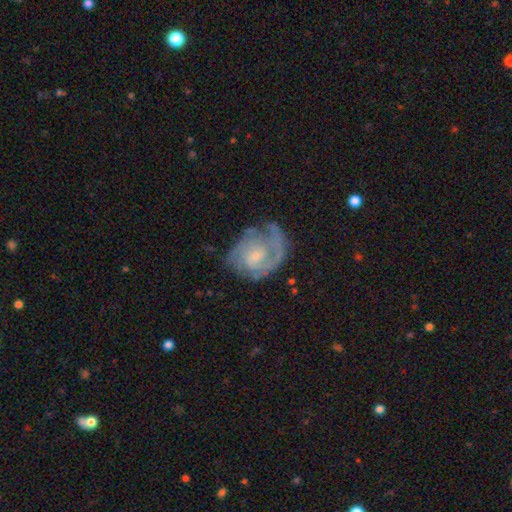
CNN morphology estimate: A featured or disk galaxy (78%) with no bar (62%), 2 (40%) tight (52%) spiral arms (90%) and a small central bulge (61%). Merging: none (58%).